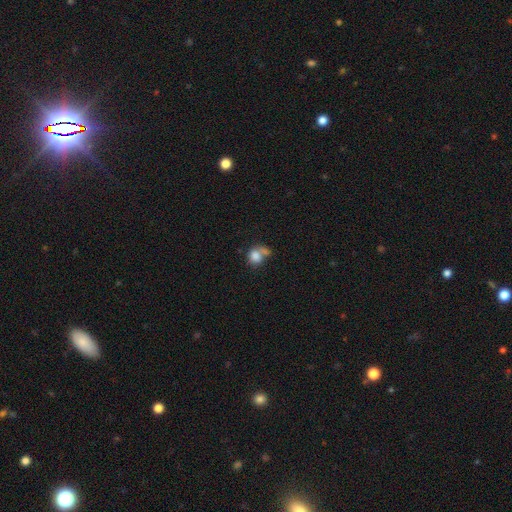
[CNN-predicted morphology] This is likely a smooth galaxy (80%). How rounded: likely round (63%). Merging: marginally merger (41%).